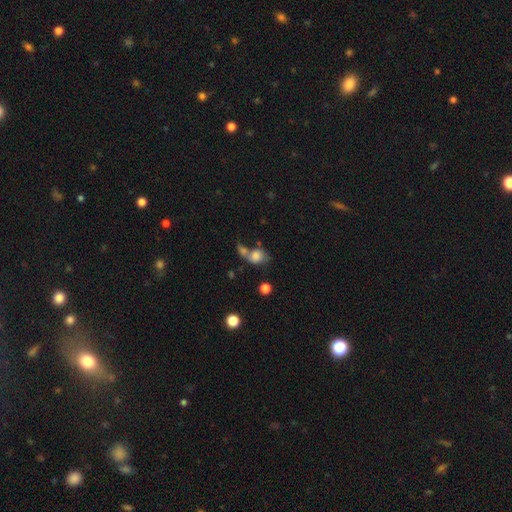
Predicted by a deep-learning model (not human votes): A smooth galaxy with no disk features (74%) that is in between round and cigar-shaped (53%).

Vote fractions:
- Smooth or featured? smooth: 74% / featured or disk: 16% / star or artifact: 11%
- How rounded? in between: 53% / round: 45% / cigar-shaped: 2%
- Merging? merger: 49% / none: 26% / major disturbance: 13% / minor disturbance: 12%